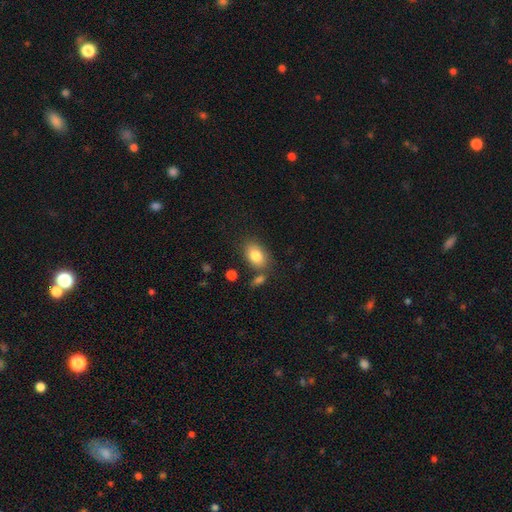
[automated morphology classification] type=smooth (83%); roundness=in between (85%); merging=none (72%).